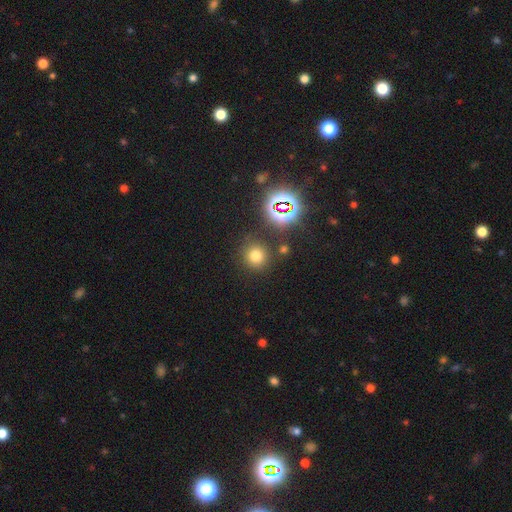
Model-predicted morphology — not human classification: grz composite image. It shows a smooth galaxy with no disk features (69%) that is round (91%). Merging: none (82%).